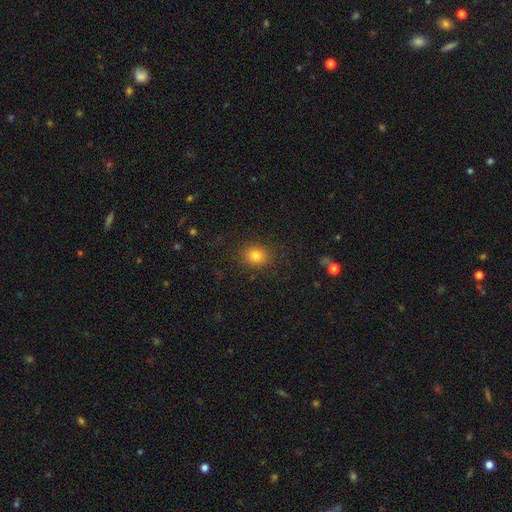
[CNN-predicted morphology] A smooth galaxy with no disk features (82%) that is round (70%).

Vote fractions:
- Smooth or featured? smooth: 82% / star or artifact: 12% / featured or disk: 6%
- How rounded? round: 70% / in between: 29% / cigar-shaped: 1%
- Merging? none: 86% / minor disturbance: 9% / major disturbance: 4% / merger: 1%